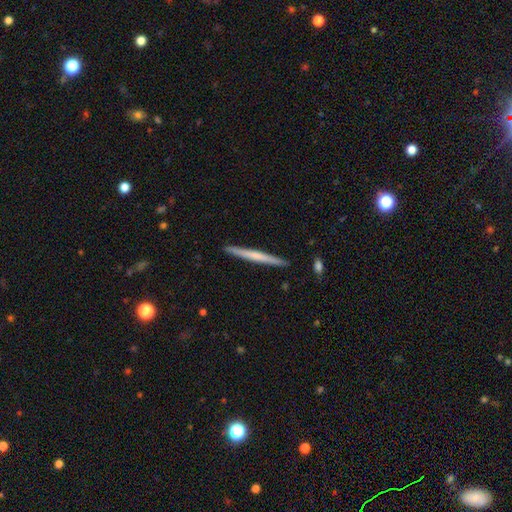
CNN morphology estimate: This is possibly a smooth galaxy (50%). How rounded: clearly cigar-shaped (97%). Merging: clearly none (92%).